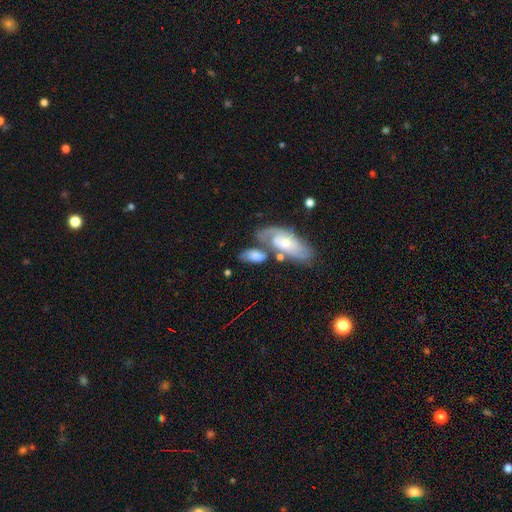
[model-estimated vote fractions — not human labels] smooth-or-featured: smooth: 55% | featured or disk: 38% | star or artifact: 7%
  how-rounded: in between: 87% | cigar-shaped: 6% | round: 6%
  merging: none: 36% | merger: 35% | minor disturbance: 18% | major disturbance: 11%